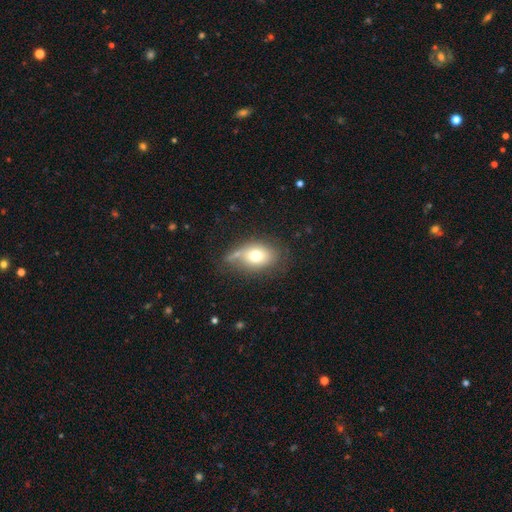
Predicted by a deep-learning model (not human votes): This appears to be a smooth galaxy with no disk features (71%) that is in between round and cigar-shaped (76%). Merging: none (55%).